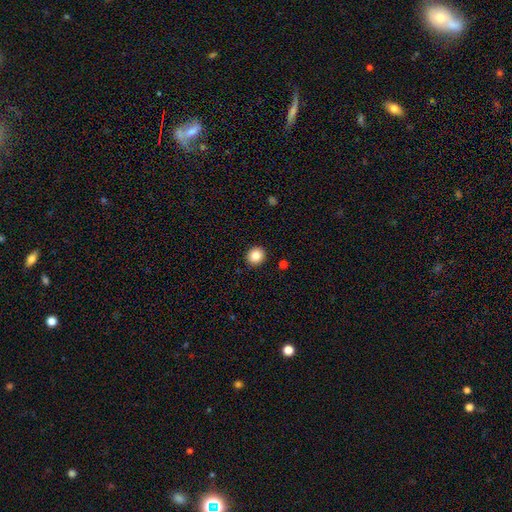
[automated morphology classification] type=smooth (85%); roundness=round (87%); merging=none (92%).